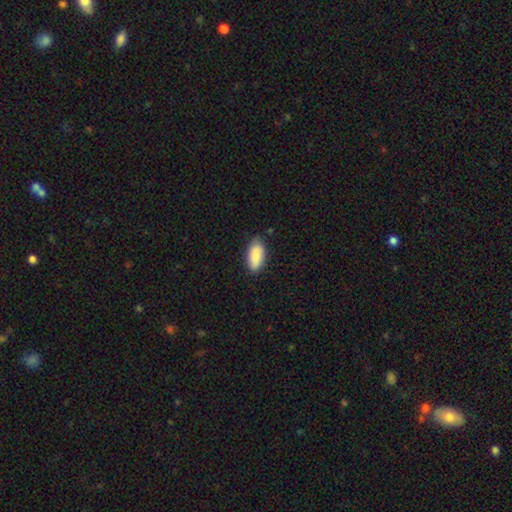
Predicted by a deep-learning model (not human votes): Smooth or featured: smooth — 87% (featured or disk — 7%)
How rounded: in between — 88% (cigar-shaped — 10%)
Merging: none — 79% (minor disturbance — 17%)